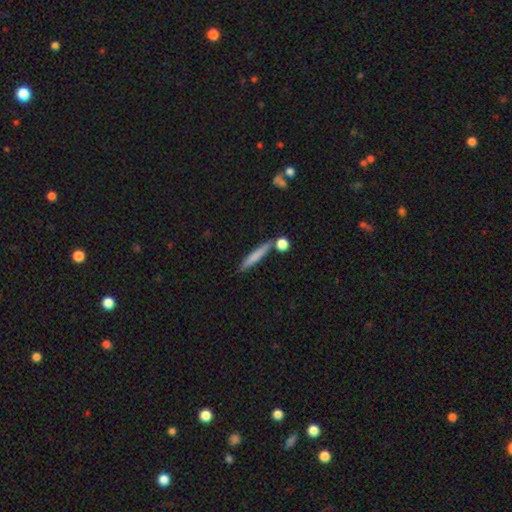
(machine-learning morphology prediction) Smooth or featured: smooth — 71% (featured or disk — 22%)
How rounded: cigar-shaped — 92% (in between — 6%)
Merging: none — 78% (minor disturbance — 10%)